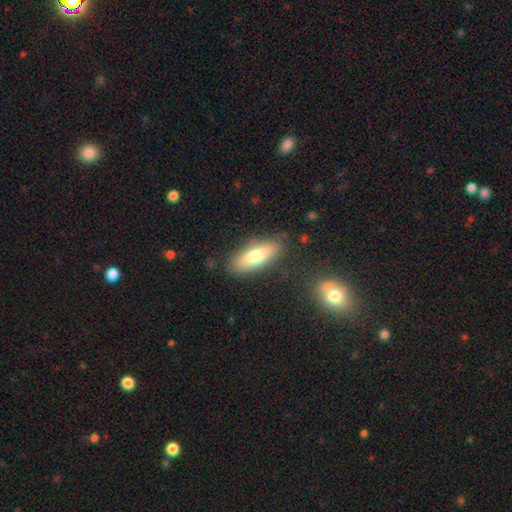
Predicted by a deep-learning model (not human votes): This is likely a smooth galaxy (71%). How rounded: possibly in between (59%). Merging: clearly none (83%).